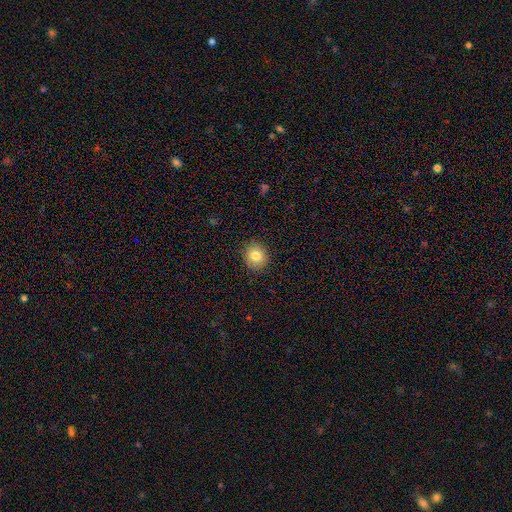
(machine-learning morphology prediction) Smooth or featured? smooth (81%)
How rounded? round (79%)
Merging? none (88%)